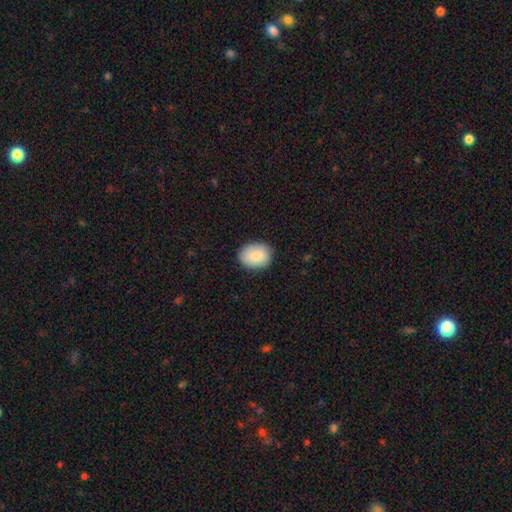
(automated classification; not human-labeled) smooth_or_featured: smooth (p=0.87) [alt: featured or disk p=0.07]
how_rounded: in between (p=0.59) [alt: round p=0.41]
merging: none (p=0.85) [alt: minor disturbance p=0.11]